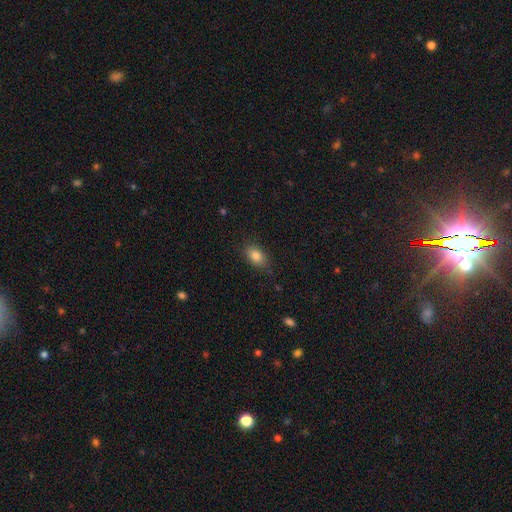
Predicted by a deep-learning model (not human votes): smooth-or-featured: smooth: 84% | star or artifact: 9% | featured or disk: 7%
  how-rounded: in between: 85% | round: 12% | cigar-shaped: 2%
  merging: none: 83% | minor disturbance: 13% | major disturbance: 3% | merger: 1%